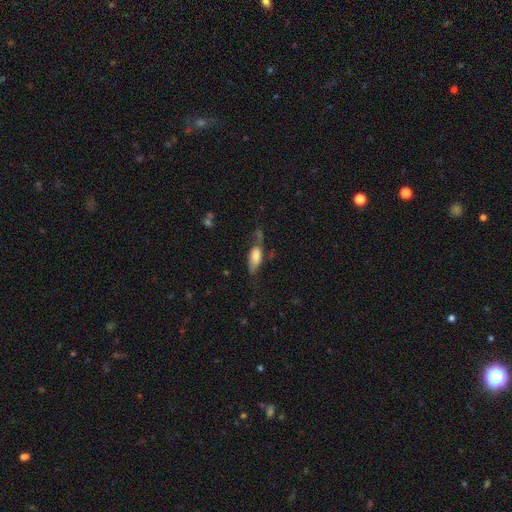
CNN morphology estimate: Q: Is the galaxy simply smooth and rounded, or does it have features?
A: smooth — 69%.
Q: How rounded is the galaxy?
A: in between — 76%.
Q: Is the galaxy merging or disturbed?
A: none — 42%.